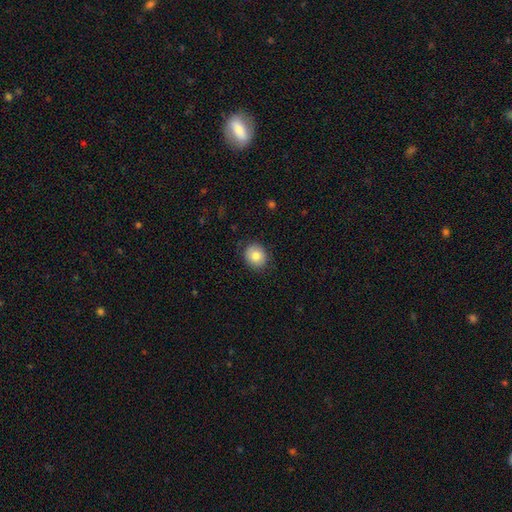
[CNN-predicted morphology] smooth-or-featured: smooth: 81% | featured or disk: 10% | star or artifact: 9%
  how-rounded: round: 73% | in between: 26% | cigar-shaped: 1%
  merging: none: 85% | minor disturbance: 12% | major disturbance: 3% | merger: 1%